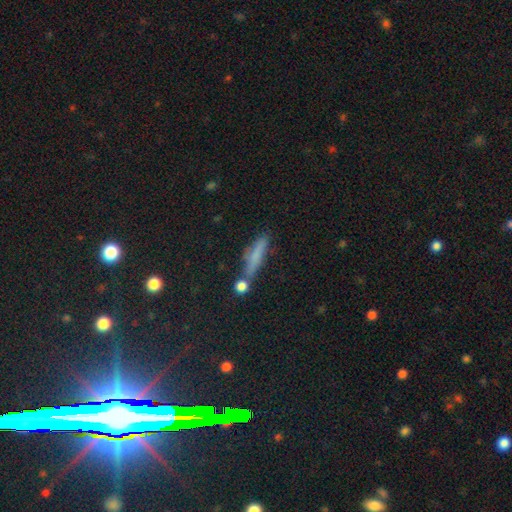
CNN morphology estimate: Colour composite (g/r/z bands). It shows a smooth galaxy with no disk features (62%) that is cigar-shaped (83%). Merging: none (66%).